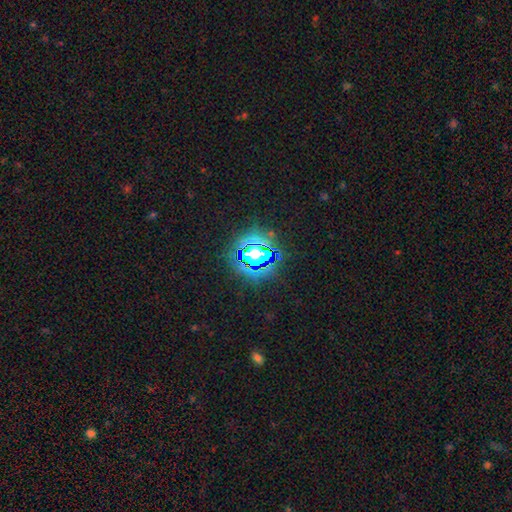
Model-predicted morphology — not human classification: A star or artifact, not a galaxy (69%).

Vote fractions:
- Smooth or featured? star or artifact: 69% / smooth: 21% / featured or disk: 10%